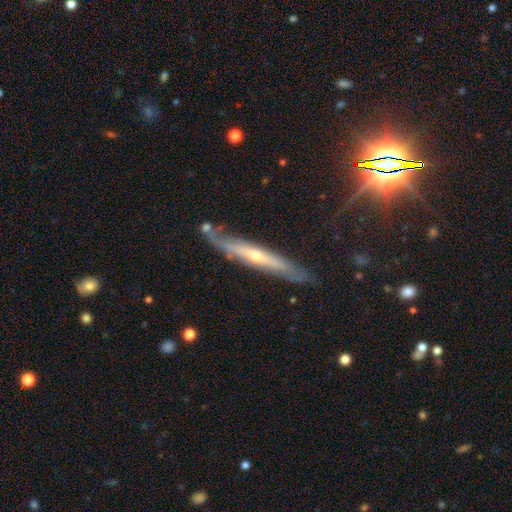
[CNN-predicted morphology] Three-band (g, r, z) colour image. It shows a featured or disk galaxy (70%) viewed edge-on (82%) with a rounded central bulge (67%). Merging: none (76%).